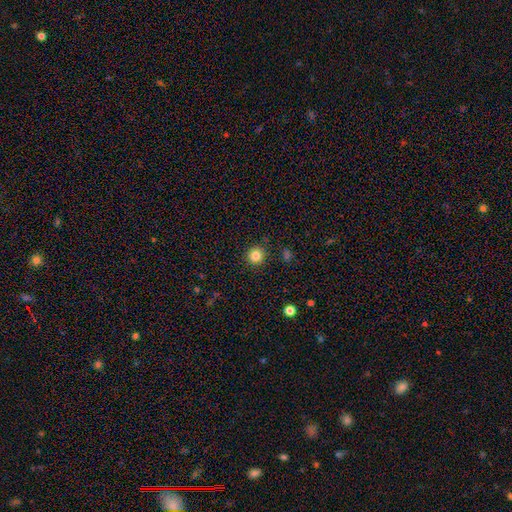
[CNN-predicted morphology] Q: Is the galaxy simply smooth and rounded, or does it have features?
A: smooth — 84%.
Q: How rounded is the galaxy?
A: round — 93%.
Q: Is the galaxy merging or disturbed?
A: none — 89%.